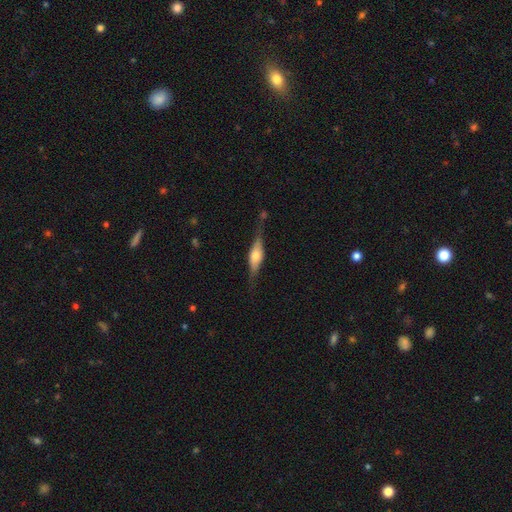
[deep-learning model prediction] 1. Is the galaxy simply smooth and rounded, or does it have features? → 61% featured or disk, 32% smooth, 6% star or artifact.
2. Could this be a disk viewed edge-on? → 93% yes, 7% no.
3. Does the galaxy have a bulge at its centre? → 83% rounded, 14% boxy, 3% none.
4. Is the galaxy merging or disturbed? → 72% none, 18% minor disturbance, 7% major disturbance, 3% merger.